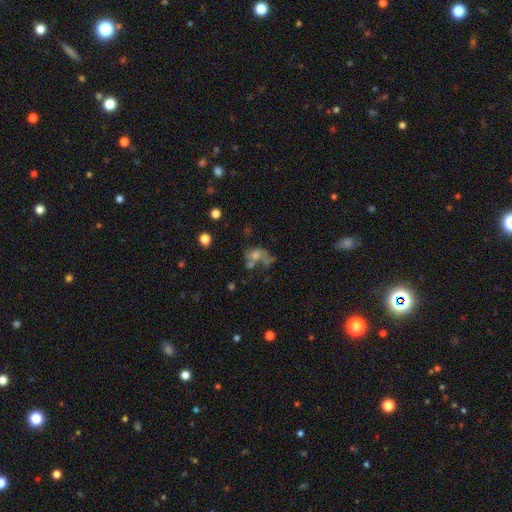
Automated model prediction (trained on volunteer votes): Morphology: type=featured or disk (38%); merging=none (30%).